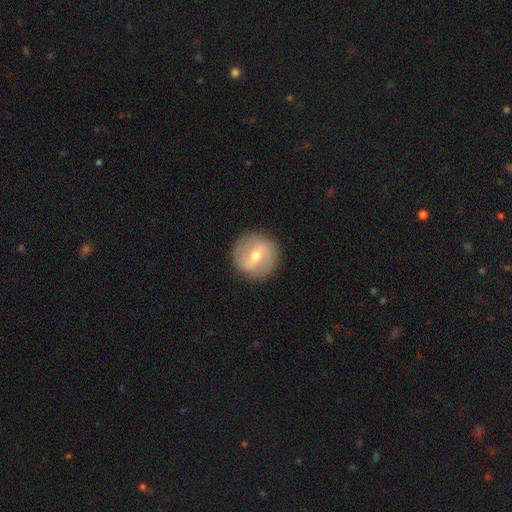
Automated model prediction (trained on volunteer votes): smooth_or_featured: featured or disk (p=0.62) [alt: smooth p=0.31]
disk_edge_on: no (p=0.95) [alt: yes p=0.05]
bar: weak (p=0.51) [alt: strong p=0.31]
has_spiral_arms: yes (p=0.60) [alt: no p=0.40]
bulge_size: moderate (p=0.74) [alt: small p=0.20]
merging: none (p=0.88) [alt: minor disturbance p=0.08]